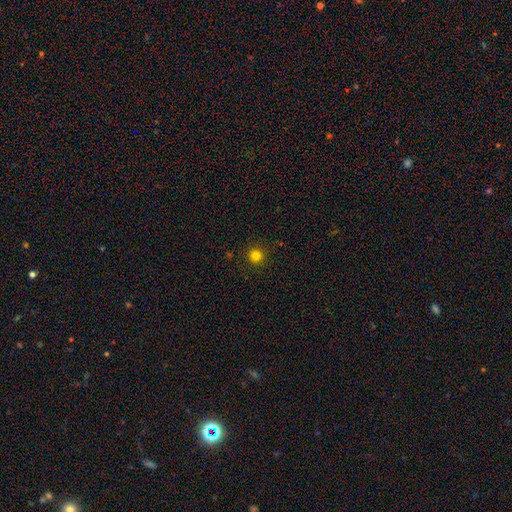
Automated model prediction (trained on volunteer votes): A smooth galaxy with no disk features (80%) that is round (96%). Merging: none (92%).